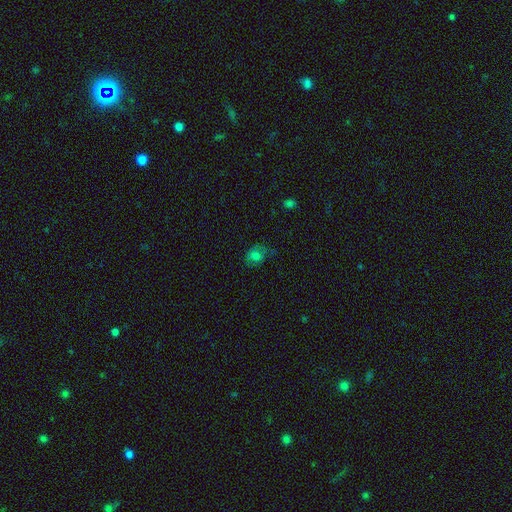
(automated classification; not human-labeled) Smooth or featured? Predicted: smooth (p=0.67). How rounded? Predicted: in between (p=0.50). Merging? Predicted: none (p=0.60).